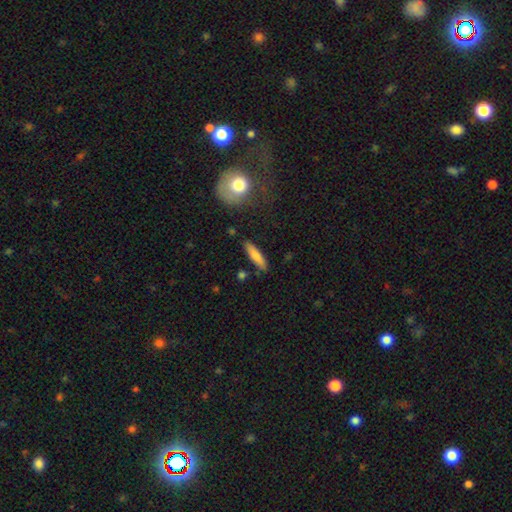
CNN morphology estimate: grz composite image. It shows a smooth galaxy with no disk features (77%) that is cigar-shaped (75%). Merging: none (85%).